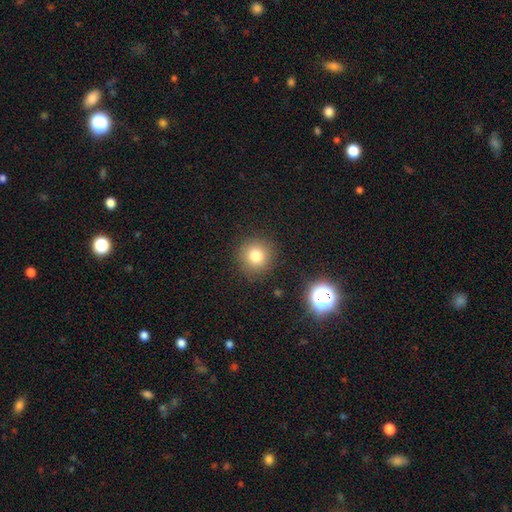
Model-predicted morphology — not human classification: This appears to be a smooth galaxy with no disk features (79%) that is round (93%). Merging: none (88%).